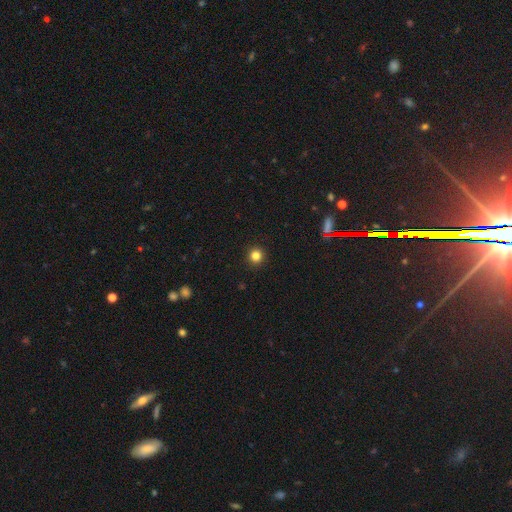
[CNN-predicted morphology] A smooth galaxy with no disk features (82%) that is round (96%). Merging: none (94%).